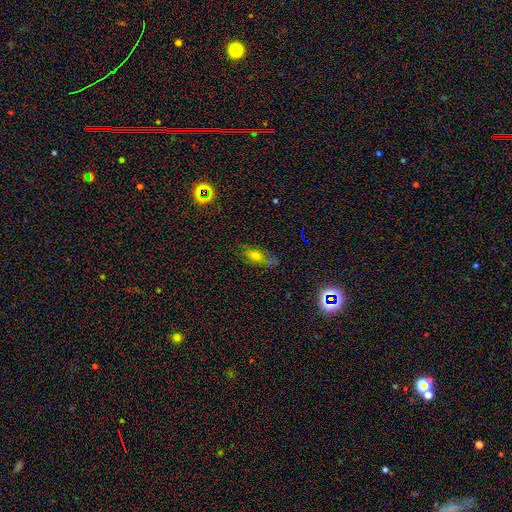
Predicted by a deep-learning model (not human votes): Smooth or featured? Predicted: smooth (p=0.50). Merging? Predicted: none (p=0.64).